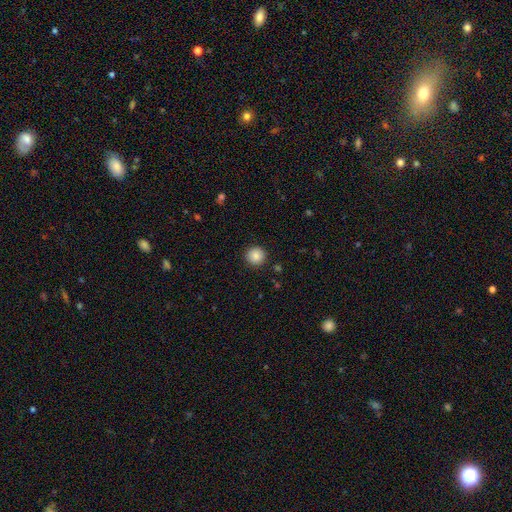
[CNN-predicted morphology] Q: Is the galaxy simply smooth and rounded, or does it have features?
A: smooth — 86%.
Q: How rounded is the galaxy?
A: round — 95%.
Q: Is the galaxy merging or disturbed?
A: none — 92%.